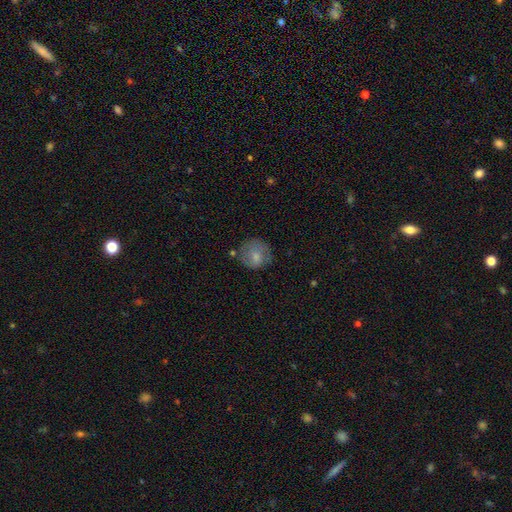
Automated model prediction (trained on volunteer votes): Overall: smooth (72%). How rounded: round (86%). Merging: none (65%).